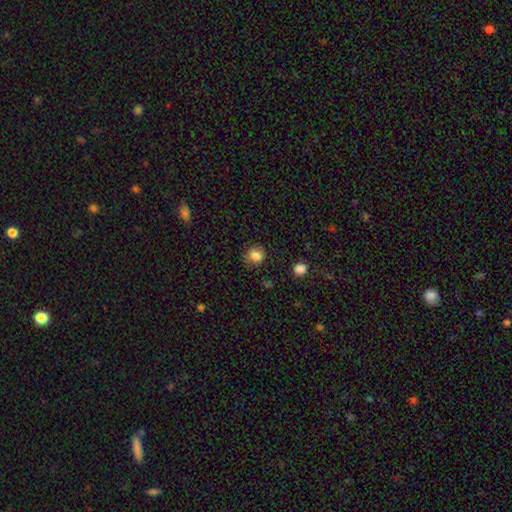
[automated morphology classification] type=smooth (85%); roundness=round (84%); merging=none (82%).